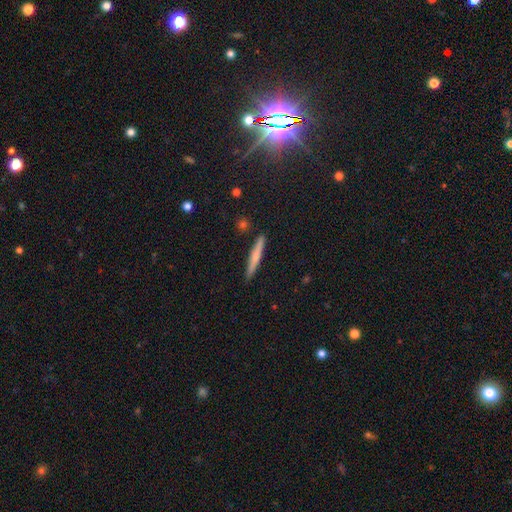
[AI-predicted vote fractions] Morphology: type=smooth (54%); roundness=cigar-shaped (94%); merging=none (90%).